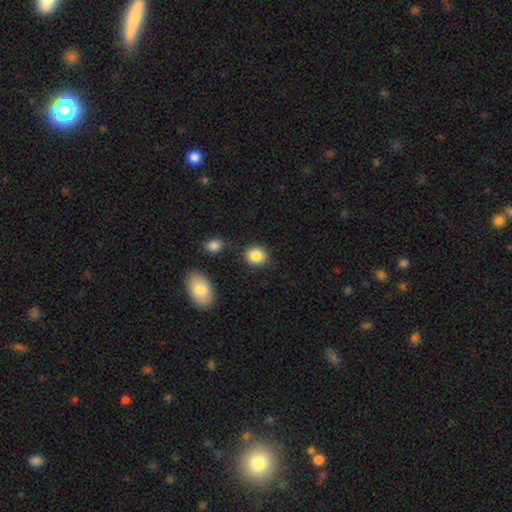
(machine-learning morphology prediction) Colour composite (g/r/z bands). It shows a smooth galaxy with no disk features (87%) that is round (70%). Merging: none (83%).